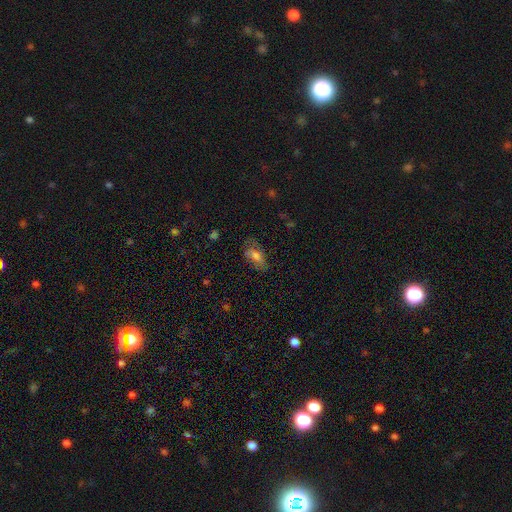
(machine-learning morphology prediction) This is possibly a smooth galaxy (56%). How rounded: clearly in between (85%). Merging: likely none (62%).